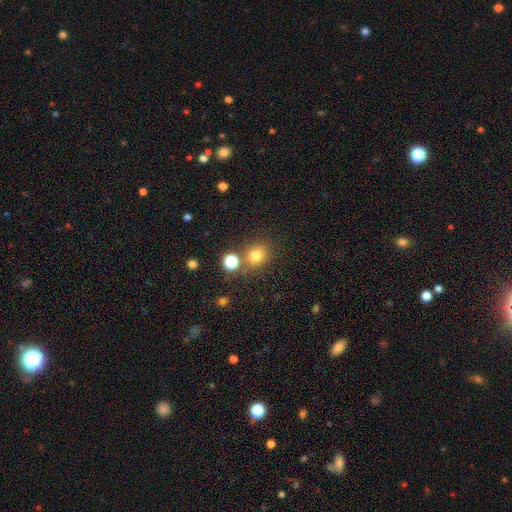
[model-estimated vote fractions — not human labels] Q: Smooth or featured?
A: smooth (76%); runner-up: star or artifact (17%)
Q: How rounded?
A: round (82%); runner-up: in between (17%)
Q: Merging?
A: none (76%); runner-up: merger (12%)